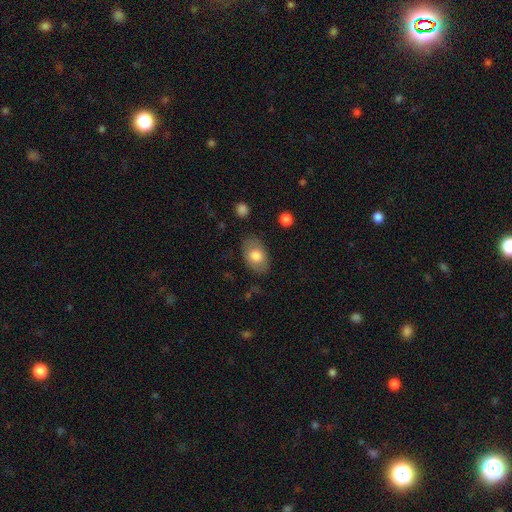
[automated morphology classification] Smooth or featured: smooth — 75% (featured or disk — 19%)
How rounded: in between — 87% (round — 12%)
Merging: none — 80% (minor disturbance — 14%)